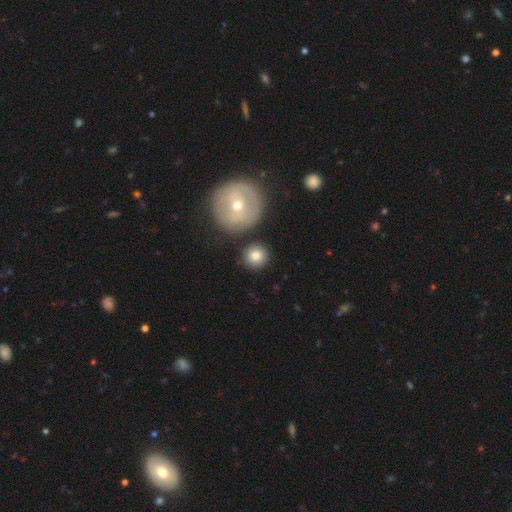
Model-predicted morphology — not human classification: Smooth or featured? Predicted: smooth (p=0.80). How rounded? Predicted: round (p=0.93). Merging? Predicted: none (p=0.83).